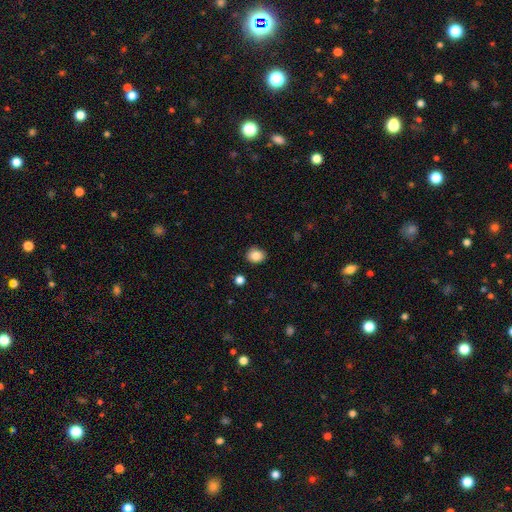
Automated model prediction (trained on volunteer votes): Smooth or featured: smooth — 85% (star or artifact — 10%)
How rounded: round — 58% (in between — 41%)
Merging: none — 88% (minor disturbance — 9%)